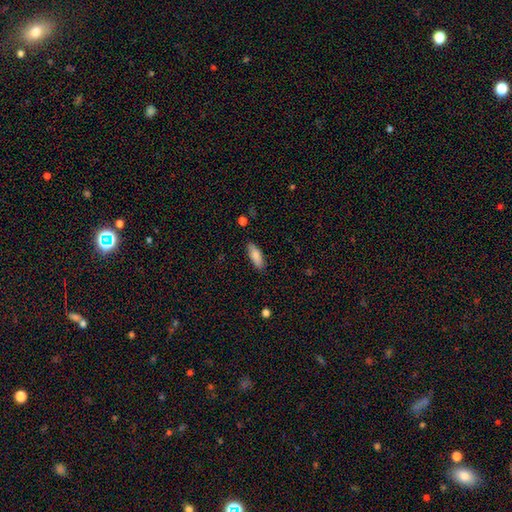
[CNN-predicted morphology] Overall: smooth (83%). How rounded: in between (67%; cigar-shaped 31%). Merging: none (85%).